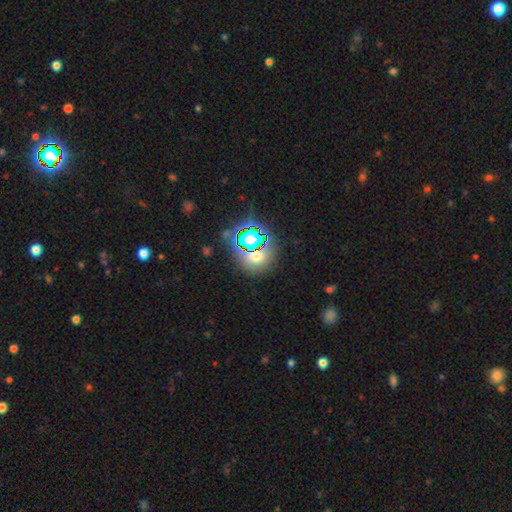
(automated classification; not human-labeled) Q: Smooth or featured?
A: star or artifact (51%); runner-up: smooth (37%)